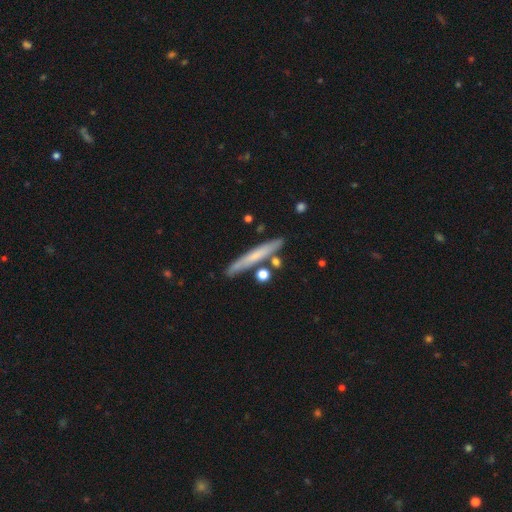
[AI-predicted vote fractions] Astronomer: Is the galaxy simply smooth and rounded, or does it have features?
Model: smooth — 55% (runner-up: featured or disk, 38%).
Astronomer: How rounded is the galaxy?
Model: cigar-shaped — 95%.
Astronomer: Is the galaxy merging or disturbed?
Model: none — 83%.